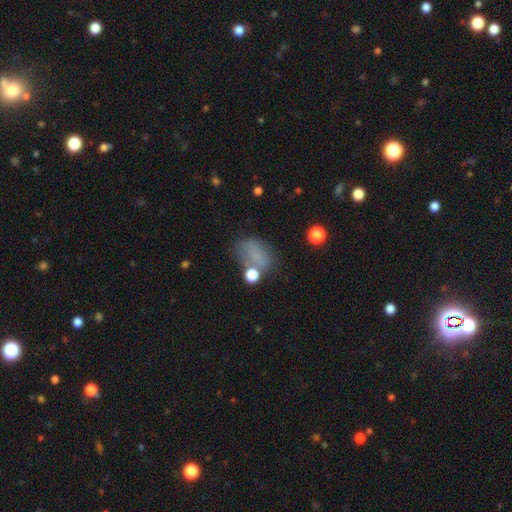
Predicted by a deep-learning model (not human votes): Q: Smooth or featured?
A: smooth (68%); runner-up: star or artifact (18%)
Q: How rounded?
A: in between (78%); runner-up: round (20%)
Q: Merging?
A: none (48%); runner-up: minor disturbance (24%)